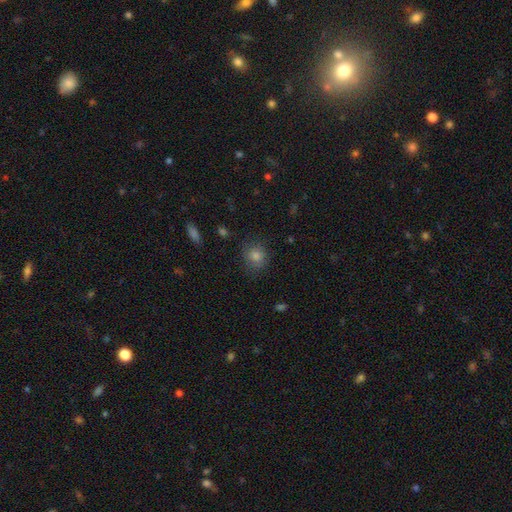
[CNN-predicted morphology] This is likely a smooth galaxy (76%). How rounded: clearly round (80%). Merging: likely none (80%).